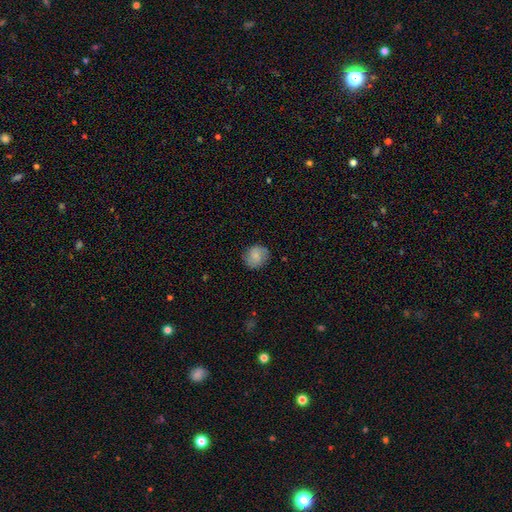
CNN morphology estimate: Smooth or featured?
  - smooth: 78% *
  - featured or disk: 14%
  - star or artifact: 8%
How rounded?
  - round: 83% *
  - in between: 16%
  - cigar-shaped: 1%
Merging?
  - none: 83% *
  - minor disturbance: 13%
  - major disturbance: 3%
  - merger: 1%